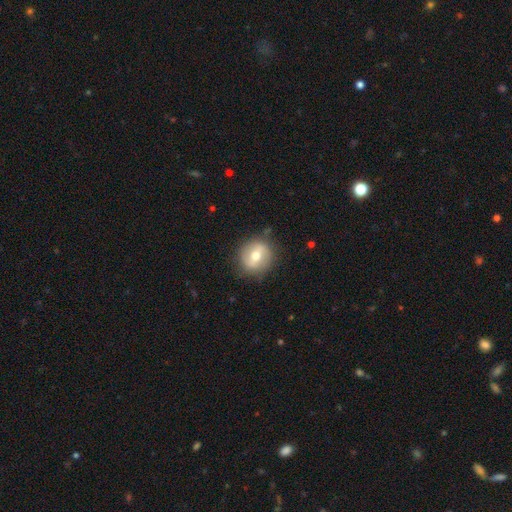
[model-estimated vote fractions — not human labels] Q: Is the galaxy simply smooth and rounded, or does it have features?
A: smooth — 51%.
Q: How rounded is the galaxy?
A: round — 82%.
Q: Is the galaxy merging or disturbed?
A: none — 82%.